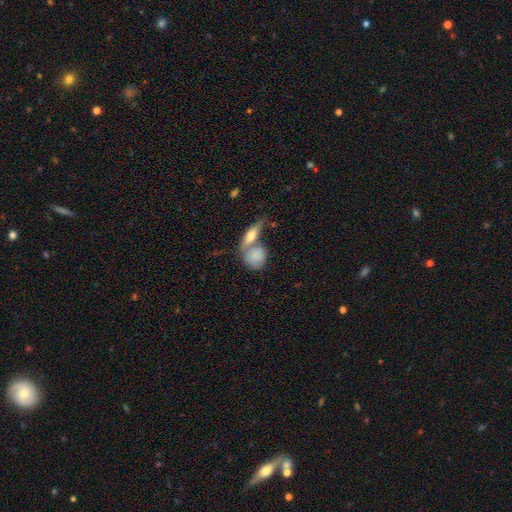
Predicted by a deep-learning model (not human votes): Overall: smooth (75%). How rounded: round (56%; in between 37%). Merging: merger (43%; none 41%).